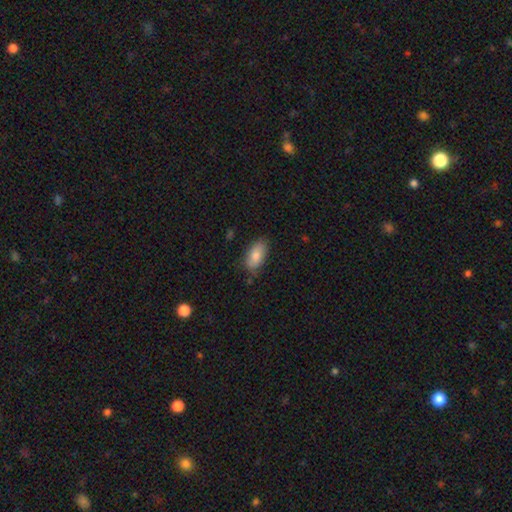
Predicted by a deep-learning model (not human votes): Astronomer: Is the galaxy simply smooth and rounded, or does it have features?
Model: smooth — 81%.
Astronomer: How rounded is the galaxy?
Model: in between — 90%.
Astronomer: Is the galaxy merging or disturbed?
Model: none — 78%.